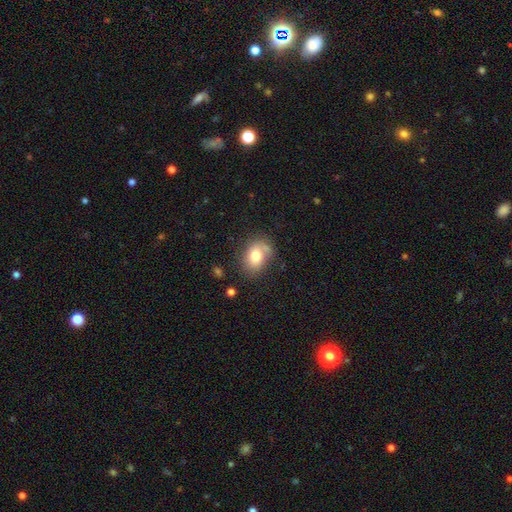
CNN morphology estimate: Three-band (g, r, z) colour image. It shows a smooth galaxy with no disk features (75%) that is in between round and cigar-shaped (71%). Merging: none (60%).